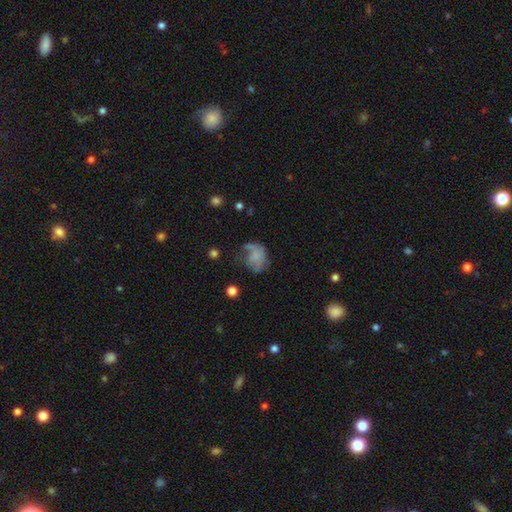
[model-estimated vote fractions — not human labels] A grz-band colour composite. It shows a smooth galaxy with no disk features (49%). Merging: major disturbance (38%).